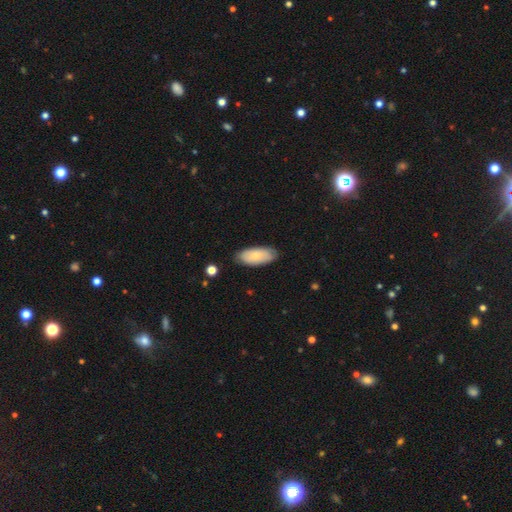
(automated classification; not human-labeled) smooth_or_featured: smooth (p=0.77) [alt: featured or disk p=0.18]
how_rounded: in between (p=0.90) [alt: cigar-shaped p=0.08]
merging: none (p=0.83) [alt: minor disturbance p=0.14]